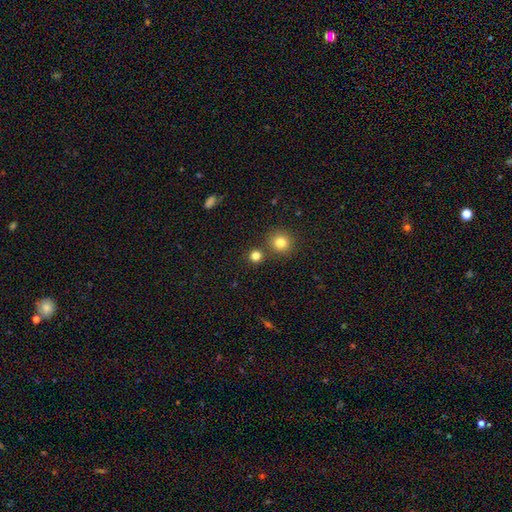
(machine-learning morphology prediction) Smooth or featured?
  - smooth: 81% *
  - star or artifact: 14%
  - featured or disk: 5%
How rounded?
  - round: 91% *
  - in between: 8%
  - cigar-shaped: 1%
Merging?
  - none: 79% *
  - merger: 12%
  - minor disturbance: 6%
  - major disturbance: 2%